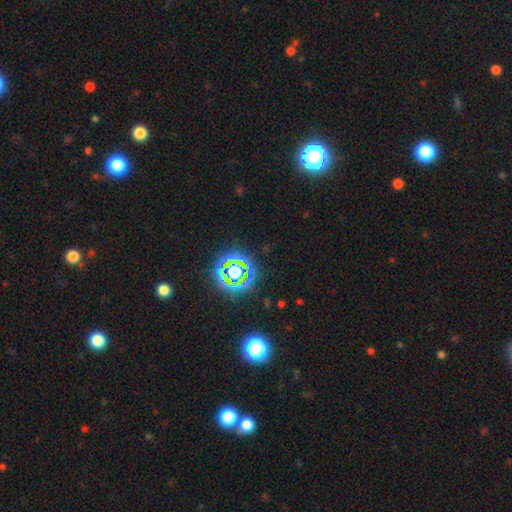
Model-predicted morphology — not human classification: Smooth or featured?
  - star or artifact: 77% *
  - smooth: 15%
  - featured or disk: 8%